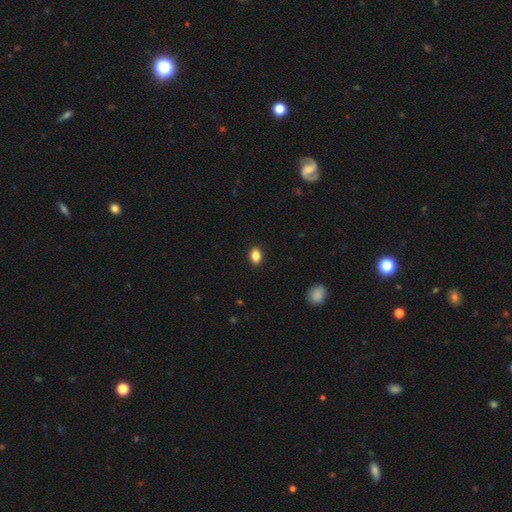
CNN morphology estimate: smooth 85%, star or artifact 9%, featured or disk 5%. Down the decision tree: how rounded — in between (78%); merging — none (90%).